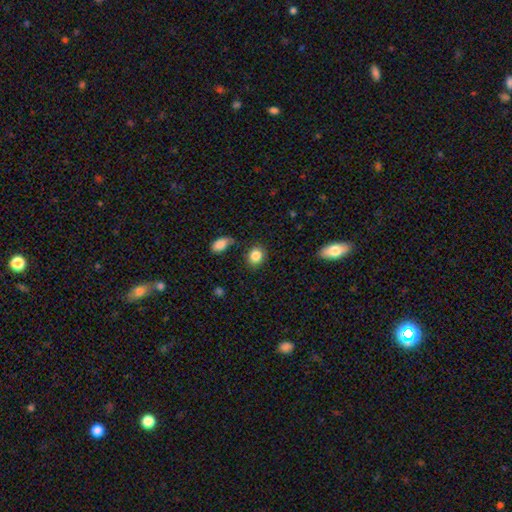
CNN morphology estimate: smooth-or-featured: smooth: 86% | star or artifact: 9% | featured or disk: 5%
  how-rounded: round: 62% | in between: 37% | cigar-shaped: 1%
  merging: none: 81% | minor disturbance: 12% | merger: 4% | major disturbance: 4%